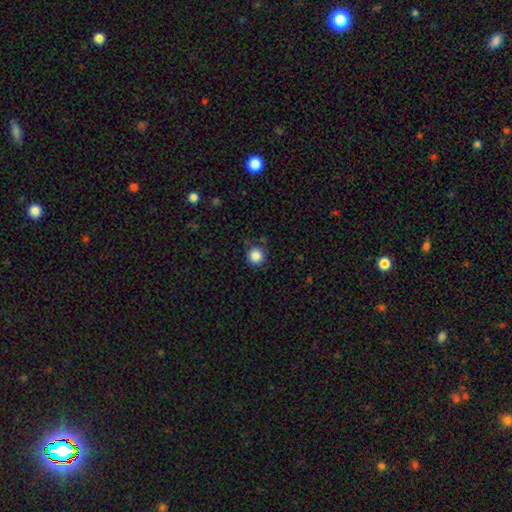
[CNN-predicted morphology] Smooth or featured: smooth — 86% (star or artifact — 10%)
How rounded: round — 96% (in between — 3%)
Merging: none — 87% (minor disturbance — 9%)